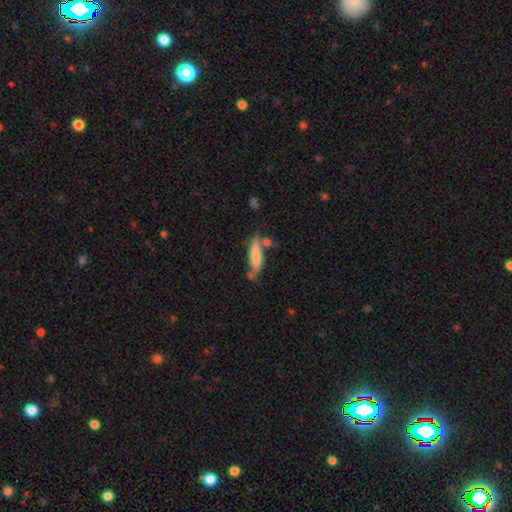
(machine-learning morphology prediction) Smooth or featured? smooth (73%)
How rounded? cigar-shaped (78%)
Merging? none (61%)